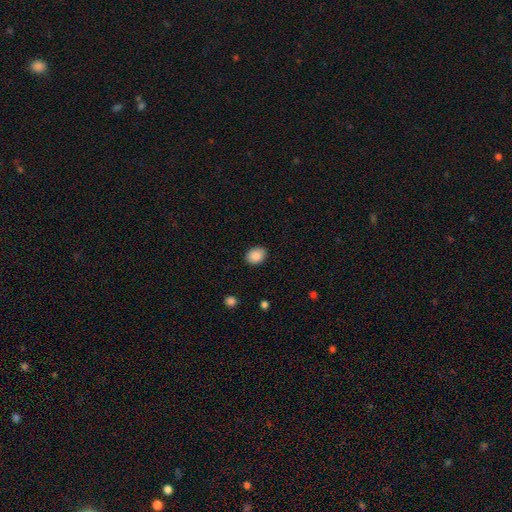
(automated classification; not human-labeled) smooth-or-featured: smooth: 89% | star or artifact: 8% | featured or disk: 3%
  how-rounded: in between: 57% | round: 42% | cigar-shaped: 1%
  merging: none: 88% | minor disturbance: 9% | major disturbance: 2% | merger: 1%